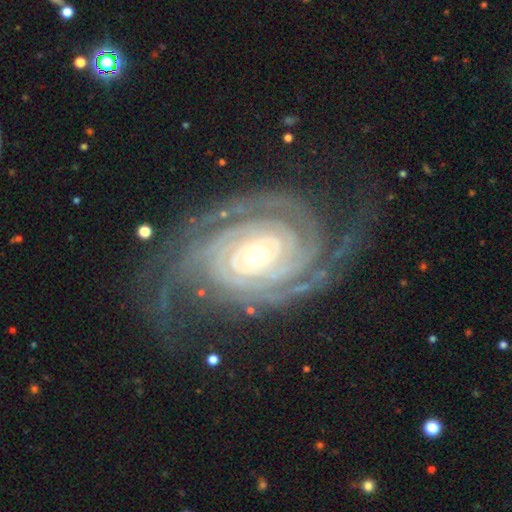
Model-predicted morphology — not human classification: Smooth or featured? Predicted: featured or disk (p=0.92). Edge-on disk? Predicted: no (p=0.97). Bar? Predicted: no (p=0.58). Spiral arms? Predicted: yes (p=0.98). Spiral winding? Predicted: tight (p=0.83). Spiral arm count? Predicted: 2 (p=0.39). Bulge size? Predicted: small (p=0.51). Merging? Predicted: none (p=0.71).